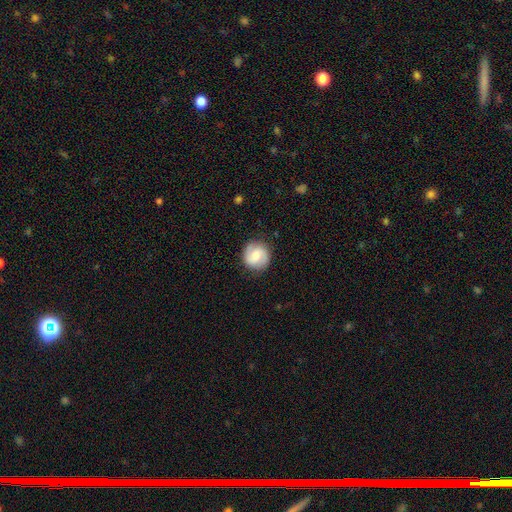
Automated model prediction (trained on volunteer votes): smooth_or_featured: smooth (p=0.48) [alt: featured or disk p=0.44]
merging: none (p=0.86) [alt: minor disturbance p=0.10]